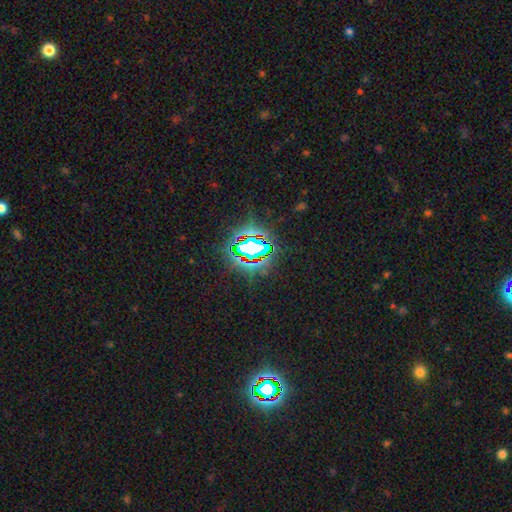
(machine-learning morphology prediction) Smooth or featured? Predicted: star or artifact (p=0.80).